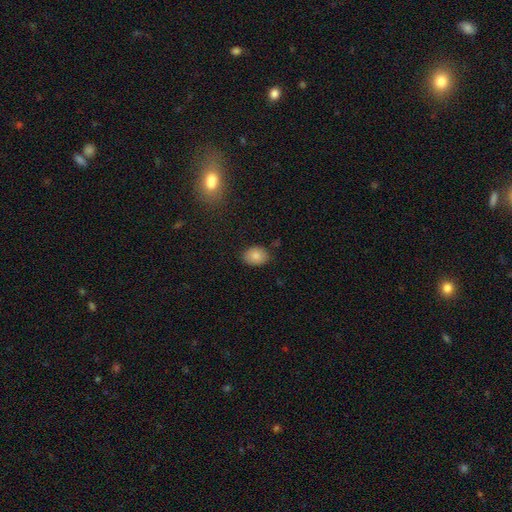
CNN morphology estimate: A smooth galaxy with no disk features (84%) that is in between round and cigar-shaped (64%).

Vote fractions:
- Smooth or featured? smooth: 84% / star or artifact: 9% / featured or disk: 7%
- How rounded? in between: 64% / round: 35% / cigar-shaped: 1%
- Merging? none: 83% / minor disturbance: 13% / major disturbance: 3% / merger: 2%